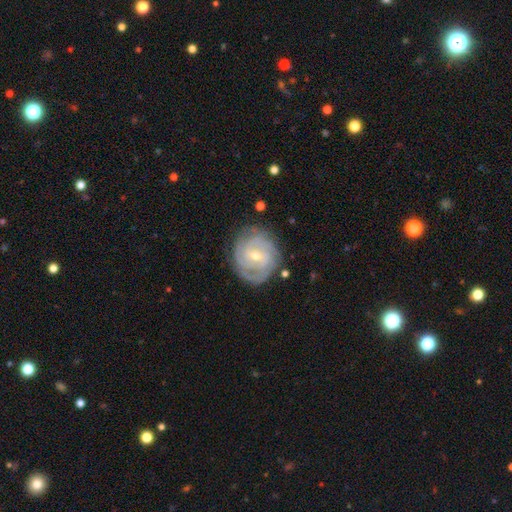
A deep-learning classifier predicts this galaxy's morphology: The model was most divided on "spiral arm count": 2: 27%, 3: 26%, can't tell: 25%, 4: 11%, 1: 5%, more than 4: 5%. Remaining: edge-on disk — no (98%); spiral arms — yes (96%); smooth or featured — featured or disk (86%); merging — none (79%); spiral winding — tight (75%); bulge size — small (53%); bar — weak (49%).